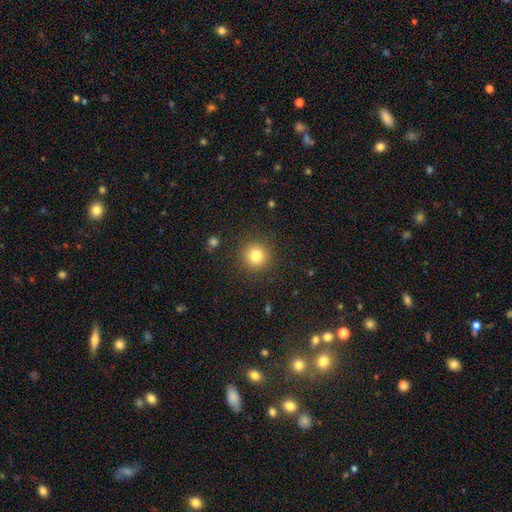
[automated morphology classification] A smooth galaxy with no disk features (80%) that is round (94%).

Vote fractions:
- Smooth or featured? smooth: 80% / star or artifact: 12% / featured or disk: 7%
- How rounded? round: 94% / in between: 5% / cigar-shaped: 1%
- Merging? none: 90% / minor disturbance: 6% / major disturbance: 3% / merger: 1%